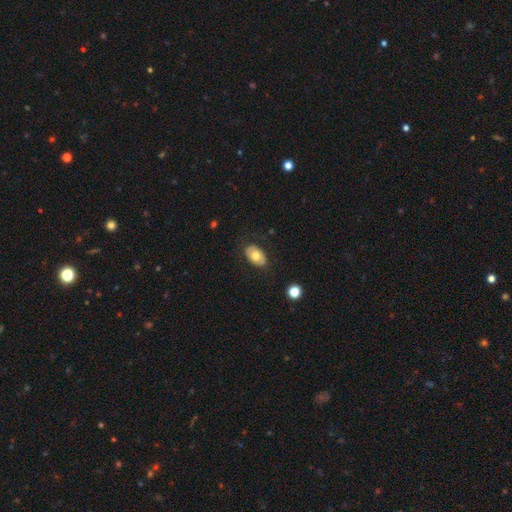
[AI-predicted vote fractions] This is likely a smooth galaxy (67%). How rounded: clearly in between (90%). Merging: clearly none (81%).